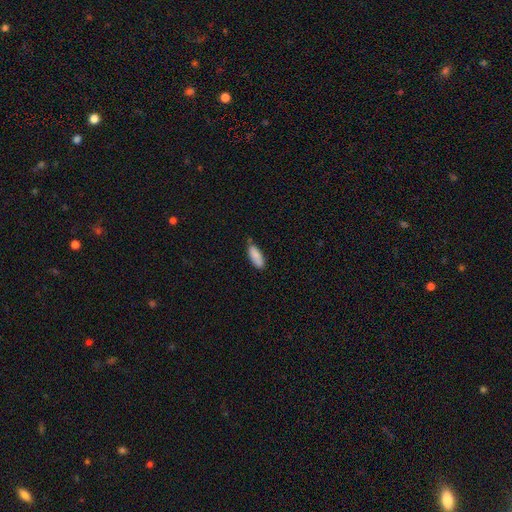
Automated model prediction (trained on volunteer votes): Smooth or featured? smooth (87%)
How rounded? in between (73%)
Merging? none (72%)